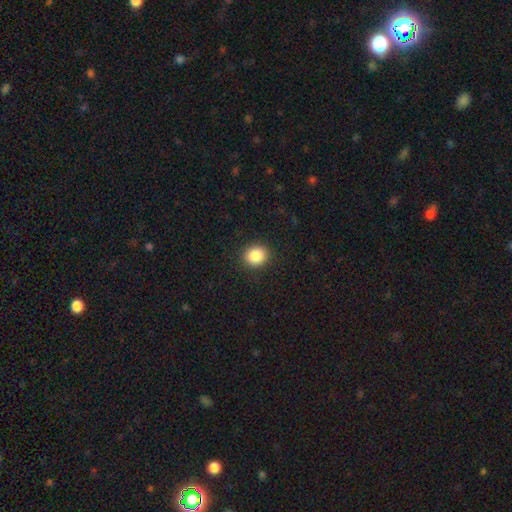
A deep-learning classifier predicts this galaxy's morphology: A smooth galaxy with no disk features (87%) that is round (76%). Merging: none (90%).